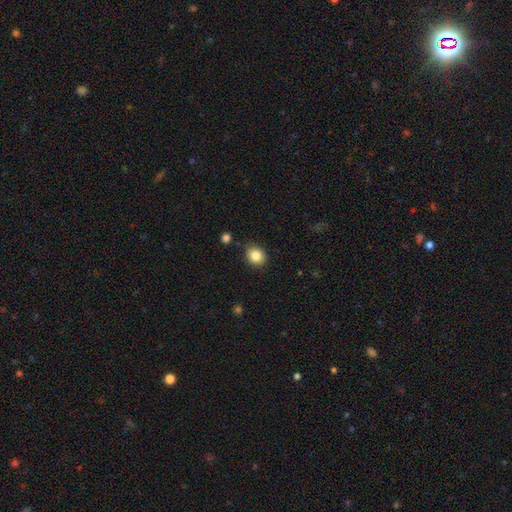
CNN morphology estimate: This is clearly a smooth galaxy (85%). How rounded: likely round (63%). Merging: clearly none (85%).